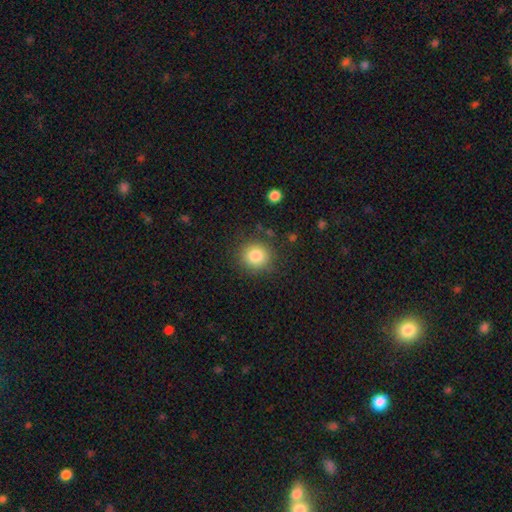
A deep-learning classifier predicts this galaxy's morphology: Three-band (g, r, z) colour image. It shows a smooth galaxy with no disk features (84%) that is round (89%). Merging: none (86%).